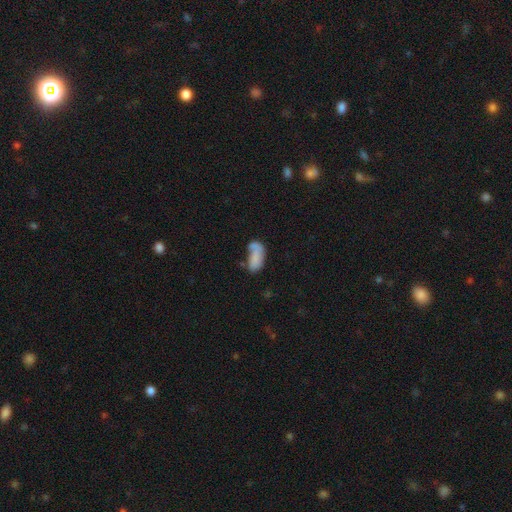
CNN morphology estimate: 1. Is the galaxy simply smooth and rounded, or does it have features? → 73% smooth, 17% featured or disk, 9% star or artifact.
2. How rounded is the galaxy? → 89% in between, 7% cigar-shaped, 4% round.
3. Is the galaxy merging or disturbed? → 33% none, 23% merger, 22% minor disturbance, 22% major disturbance.